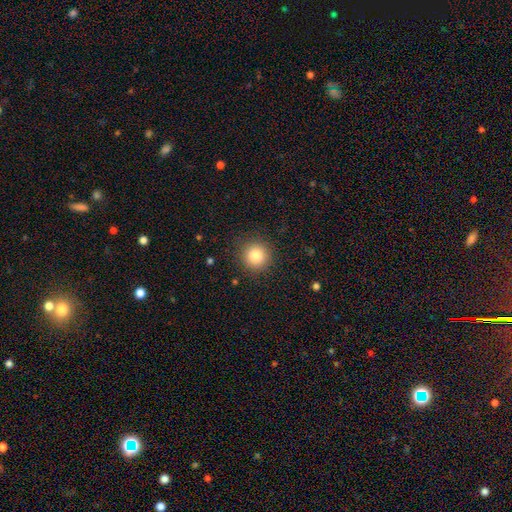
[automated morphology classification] Overall: smooth (82%). How rounded: round (94%). Merging: none (90%).